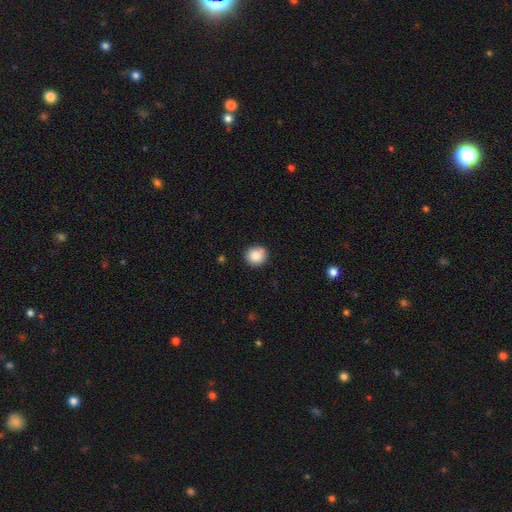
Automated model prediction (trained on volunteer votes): Overall: smooth (85%). How rounded: round (88%). Merging: none (84%).